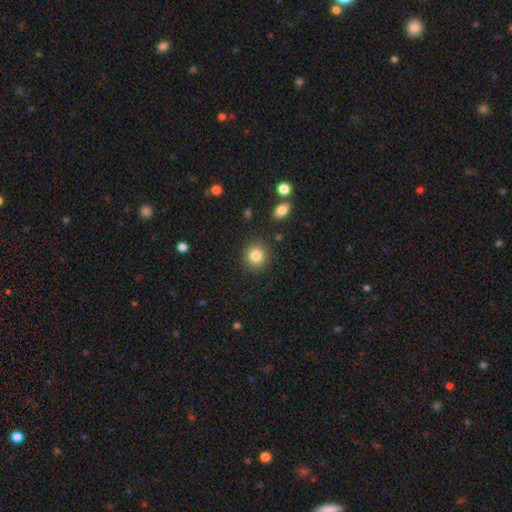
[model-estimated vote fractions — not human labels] A smooth galaxy with no disk features (83%) that is round (90%). Merging: none (88%).